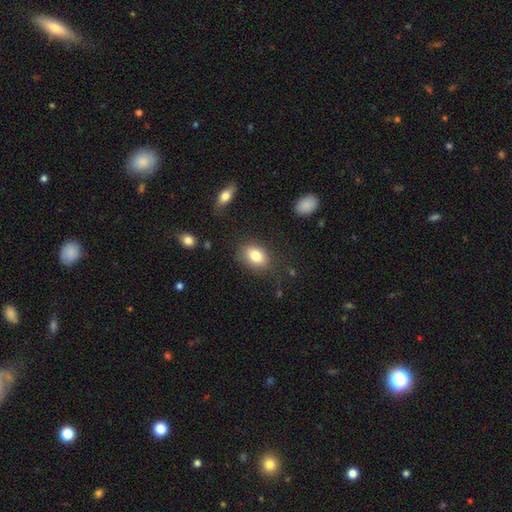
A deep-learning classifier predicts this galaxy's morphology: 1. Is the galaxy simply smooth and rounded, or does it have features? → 82% smooth, 9% featured or disk, 9% star or artifact.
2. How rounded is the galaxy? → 77% in between, 21% round, 1% cigar-shaped.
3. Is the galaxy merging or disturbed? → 80% none, 14% minor disturbance, 4% major disturbance, 2% merger.